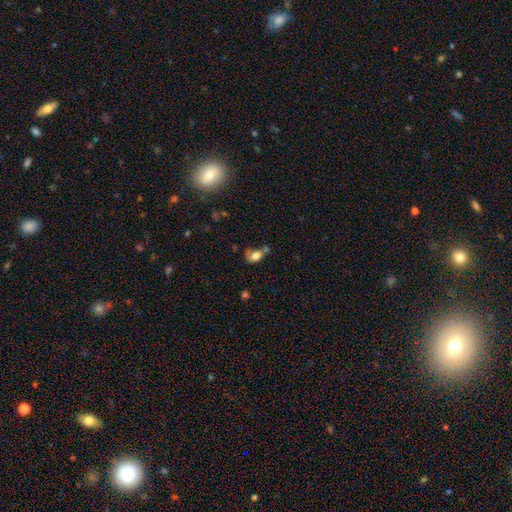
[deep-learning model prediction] A smooth galaxy with no disk features (77%) that is in between round and cigar-shaped (79%). Merging: none (35%).